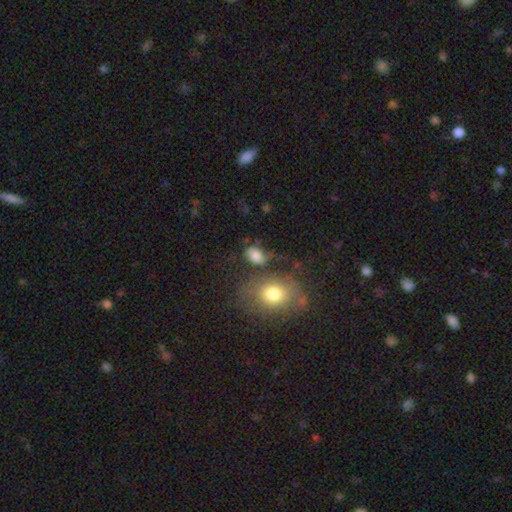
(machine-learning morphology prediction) type=smooth (60%); roundness=in between (65%); merging=none (40%).